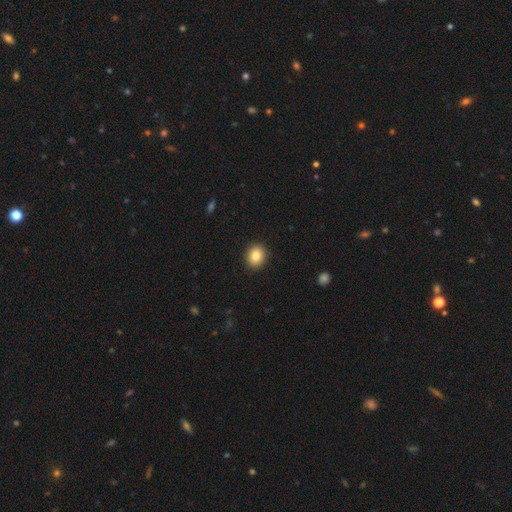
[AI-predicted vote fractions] smooth-or-featured: smooth: 84% | star or artifact: 9% | featured or disk: 7%
  how-rounded: round: 71% | in between: 28% | cigar-shaped: 1%
  merging: none: 91% | minor disturbance: 6% | major disturbance: 2% | merger: 1%